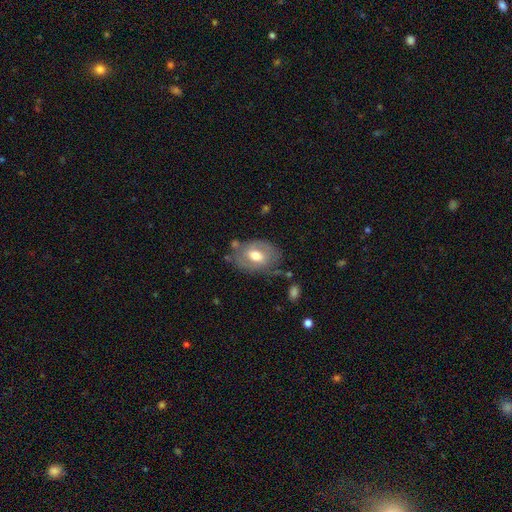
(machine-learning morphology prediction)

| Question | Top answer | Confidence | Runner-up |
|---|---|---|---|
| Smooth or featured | smooth | 47% | featured or disk (46%) |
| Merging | none | 60% | minor disturbance (25%) |